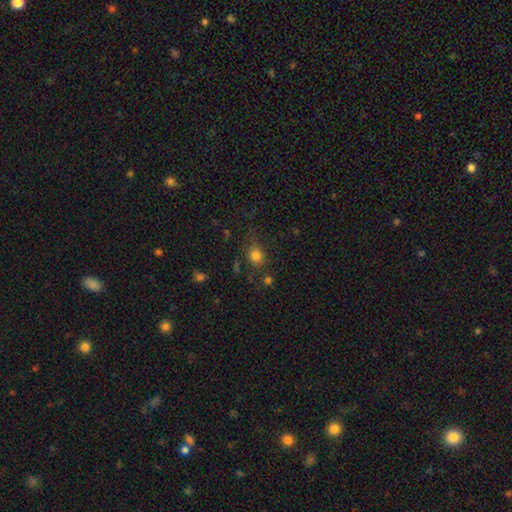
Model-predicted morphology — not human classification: The model was most divided on "how rounded": round: 64%, in between: 35%, cigar-shaped: 1%. More confident: smooth or featured — smooth (78%); merging — none (68%).